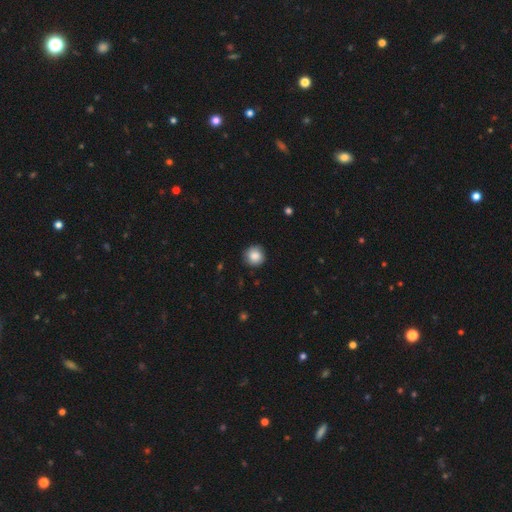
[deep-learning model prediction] The model was most divided on "merging": none: 86%, minor disturbance: 11%, major disturbance: 2%, merger: 1%. More confident: how rounded — round (93%); smooth or featured — smooth (86%).